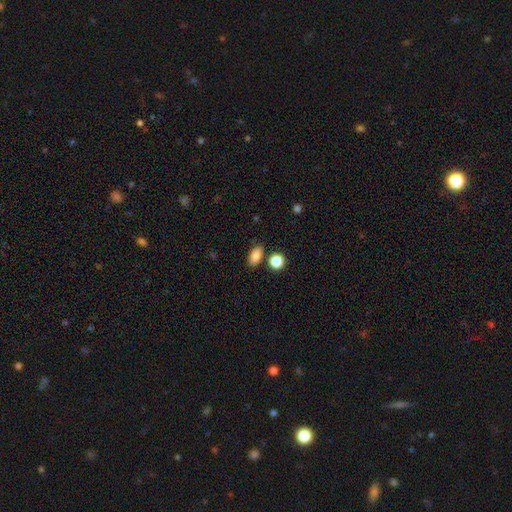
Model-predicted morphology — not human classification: This appears to be a smooth galaxy with no disk features (86%) that is in between round and cigar-shaped (85%). Merging: none (79%).